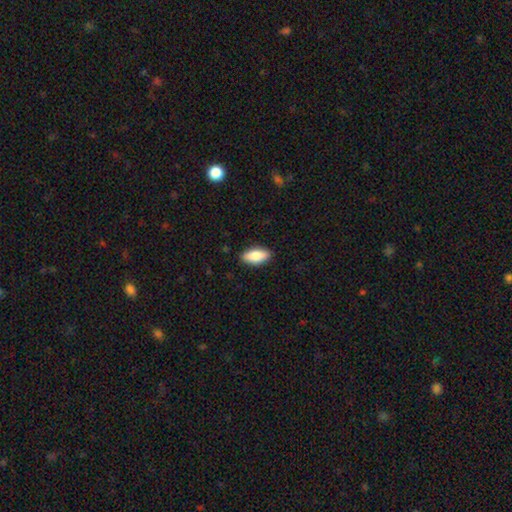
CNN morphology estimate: smooth-or-featured: smooth: 84% | featured or disk: 10% | star or artifact: 6%
  how-rounded: in between: 88% | cigar-shaped: 10% | round: 2%
  merging: none: 89% | minor disturbance: 8% | major disturbance: 2% | merger: 1%